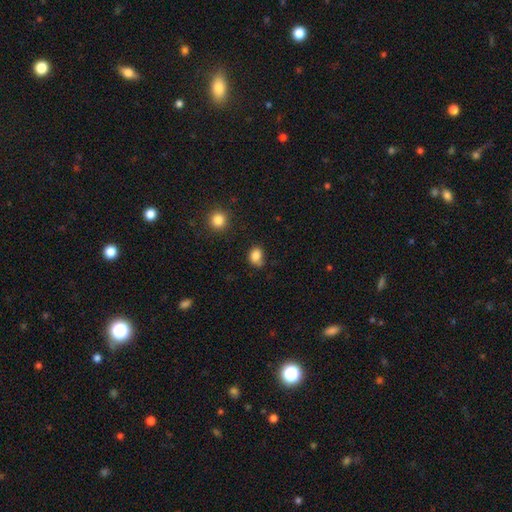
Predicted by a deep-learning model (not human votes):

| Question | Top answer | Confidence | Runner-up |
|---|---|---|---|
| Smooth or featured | smooth | 84% | star or artifact (11%) |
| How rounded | in between | 52% | round (47%) |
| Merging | none | 63% | minor disturbance (26%) |